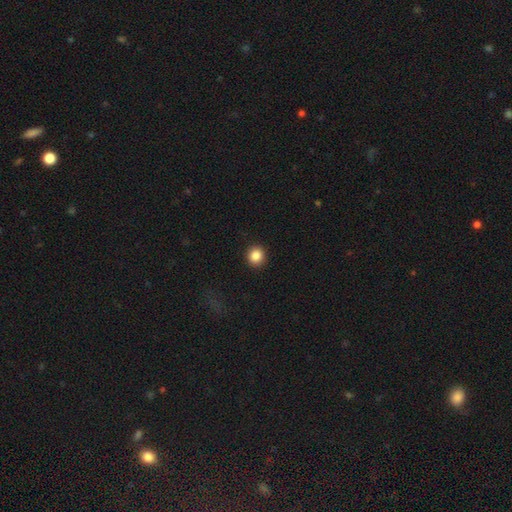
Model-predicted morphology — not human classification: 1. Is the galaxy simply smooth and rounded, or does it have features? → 86% smooth, 10% star or artifact, 4% featured or disk.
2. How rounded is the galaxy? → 90% round, 9% in between, 1% cigar-shaped.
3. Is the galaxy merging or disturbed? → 92% none, 5% minor disturbance, 2% major disturbance, 1% merger.